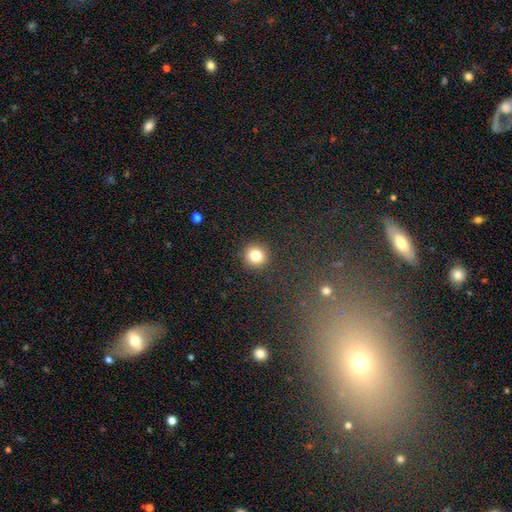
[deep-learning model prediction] A smooth galaxy with no disk features (82%) that is round (94%).

Vote fractions:
- Smooth or featured? smooth: 82% / star or artifact: 12% / featured or disk: 6%
- How rounded? round: 94% / in between: 5% / cigar-shaped: 1%
- Merging? none: 91% / minor disturbance: 5% / major disturbance: 2% / merger: 1%